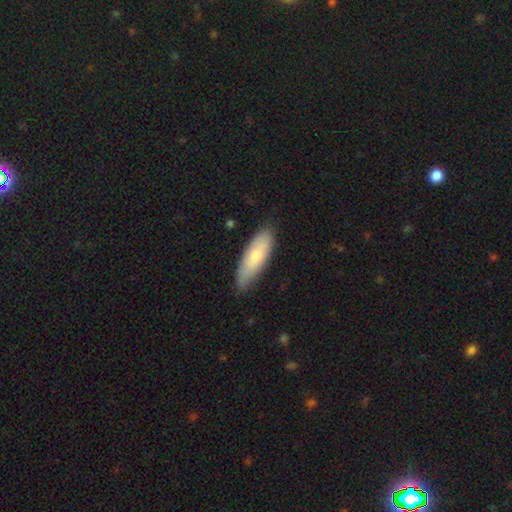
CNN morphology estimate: A smooth galaxy with no disk features (71%) that is in between round and cigar-shaped (61%).

Vote fractions:
- Smooth or featured? smooth: 71% / featured or disk: 24% / star or artifact: 5%
- How rounded? in between: 61% / cigar-shaped: 37% / round: 2%
- Merging? none: 76% / minor disturbance: 20% / major disturbance: 3% / merger: 1%